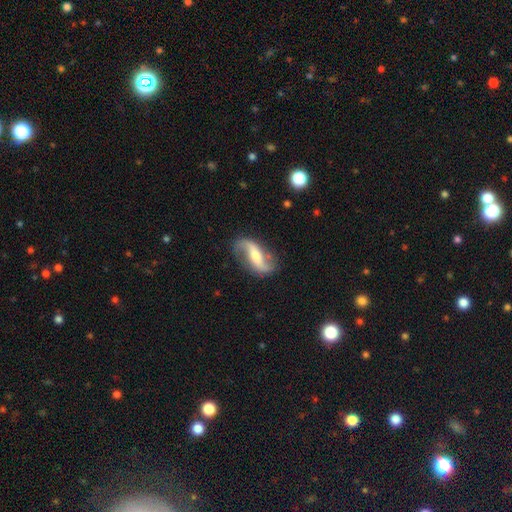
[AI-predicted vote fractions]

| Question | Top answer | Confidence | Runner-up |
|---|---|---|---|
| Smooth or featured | featured or disk | 82% | smooth (12%) |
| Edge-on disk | no | 94% | yes (6%) |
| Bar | strong | 40% | weak (35%) |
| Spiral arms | yes | 95% | no (5%) |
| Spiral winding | loose | 78% | medium (17%) |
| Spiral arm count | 2 | 91% | 1 (4%) |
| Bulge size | moderate | 41% | small (32%) |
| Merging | none | 75% | minor disturbance (15%) |